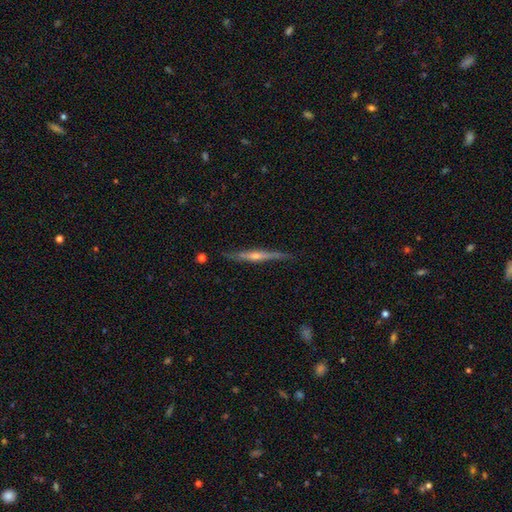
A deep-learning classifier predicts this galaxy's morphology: Smooth or featured? Predicted: featured or disk (p=0.73). Edge-on disk? Predicted: yes (p=0.96). Edge-on bulge? Predicted: rounded (p=0.73). Merging? Predicted: none (p=0.81).